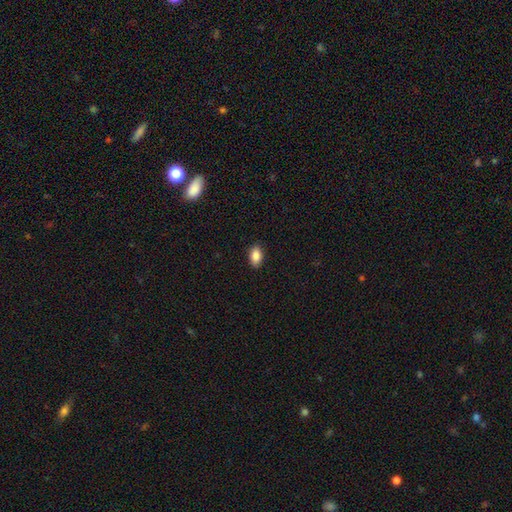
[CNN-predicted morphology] Q: Smooth or featured?
A: smooth (88%); runner-up: star or artifact (8%)
Q: How rounded?
A: in between (91%); runner-up: round (7%)
Q: Merging?
A: none (89%); runner-up: minor disturbance (8%)